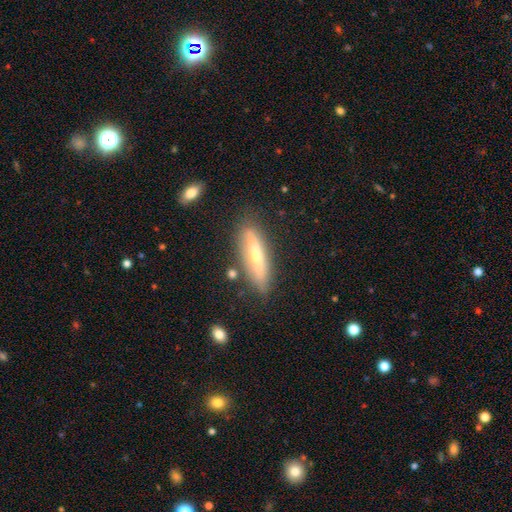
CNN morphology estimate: A featured or disk galaxy (47%).

Vote fractions:
- Smooth or featured? featured or disk: 47% / smooth: 46% / star or artifact: 7%
- Merging? none: 78% / minor disturbance: 15% / major disturbance: 4% / merger: 3%